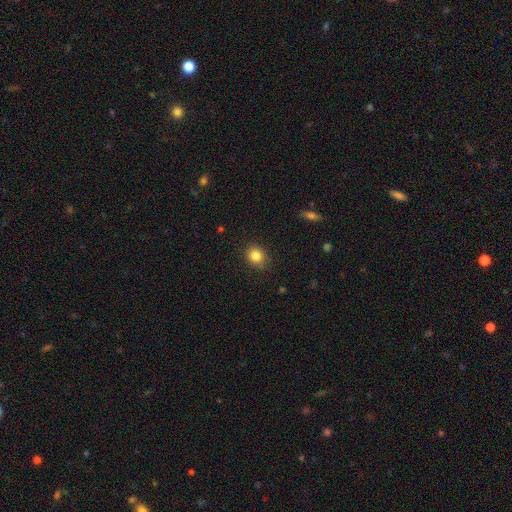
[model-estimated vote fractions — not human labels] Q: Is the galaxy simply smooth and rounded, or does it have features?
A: smooth — 84%.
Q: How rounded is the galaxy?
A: round — 73%.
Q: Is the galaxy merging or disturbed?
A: none — 87%.